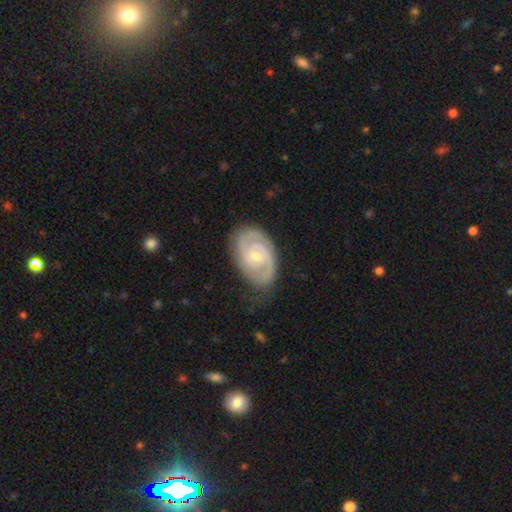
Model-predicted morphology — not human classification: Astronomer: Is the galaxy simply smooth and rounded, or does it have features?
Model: featured or disk — 85%.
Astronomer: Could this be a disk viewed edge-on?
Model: no — 97%.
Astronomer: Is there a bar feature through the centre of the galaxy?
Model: no — 50% (runner-up: weak, 42%).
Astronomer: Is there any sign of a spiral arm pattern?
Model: yes — 96%.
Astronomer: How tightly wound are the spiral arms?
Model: tight — 61%.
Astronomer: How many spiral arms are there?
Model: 2 — 72%.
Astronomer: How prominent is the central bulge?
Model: small — 66%.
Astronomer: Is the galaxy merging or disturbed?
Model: none — 74%.